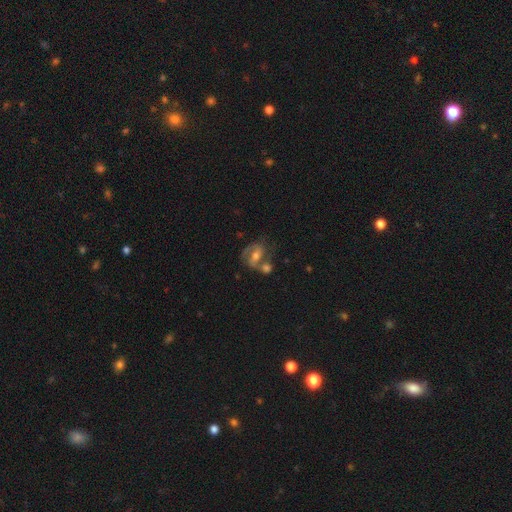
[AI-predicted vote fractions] smooth_or_featured: featured or disk (p=0.71) [alt: smooth p=0.21]
disk_edge_on: no (p=0.96) [alt: yes p=0.04]
bar: weak (p=0.43) [alt: strong p=0.29]
has_spiral_arms: yes (p=0.87) [alt: no p=0.13]
spiral_winding: medium (p=0.52) [alt: loose p=0.25]
spiral_arm_count: 2 (p=0.79) [alt: can't tell p=0.08]
bulge_size: moderate (p=0.63) [alt: small p=0.26]
merging: none (p=0.41) [alt: merger p=0.34]